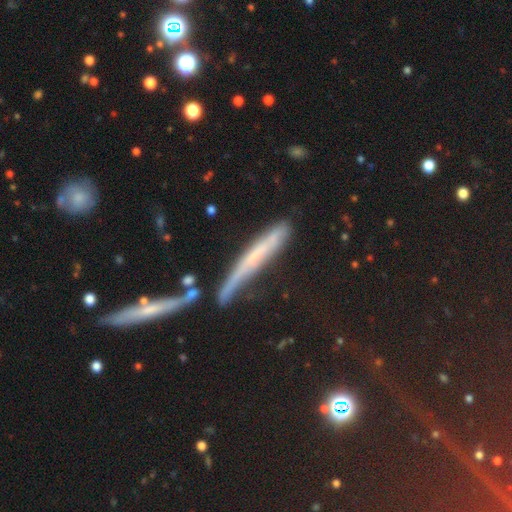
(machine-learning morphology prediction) This appears to be a smooth galaxy with no disk features (45%). Merging: none (56%).